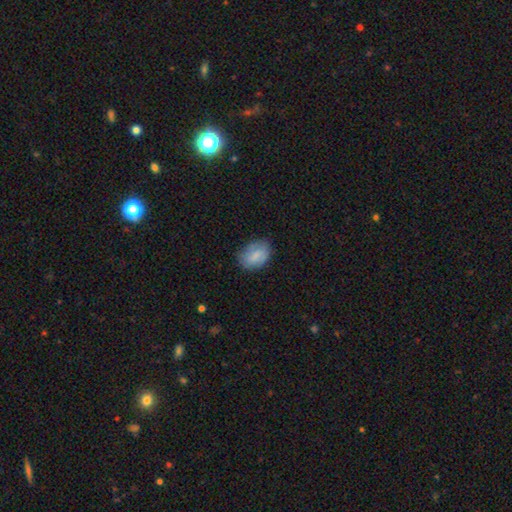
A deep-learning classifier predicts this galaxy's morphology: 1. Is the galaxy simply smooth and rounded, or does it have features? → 74% smooth, 19% featured or disk, 7% star or artifact.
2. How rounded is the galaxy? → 81% in between, 18% round, 1% cigar-shaped.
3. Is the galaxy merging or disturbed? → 73% none, 21% minor disturbance, 5% major disturbance, 1% merger.